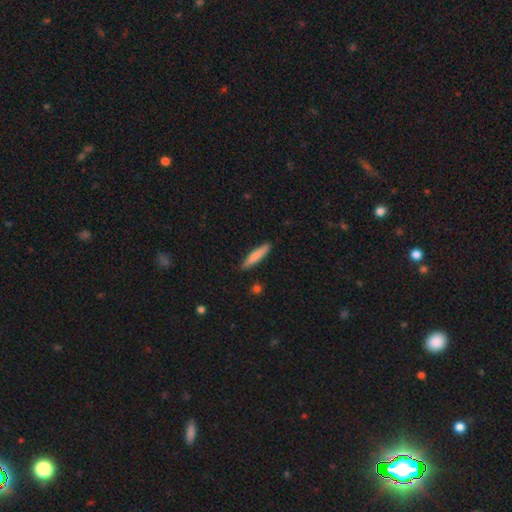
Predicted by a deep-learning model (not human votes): Smooth or featured?
  - smooth: 79% *
  - featured or disk: 15%
  - star or artifact: 6%
How rounded?
  - cigar-shaped: 88% *
  - in between: 11%
  - round: 1%
Merging?
  - none: 88% *
  - minor disturbance: 9%
  - major disturbance: 2%
  - merger: 1%